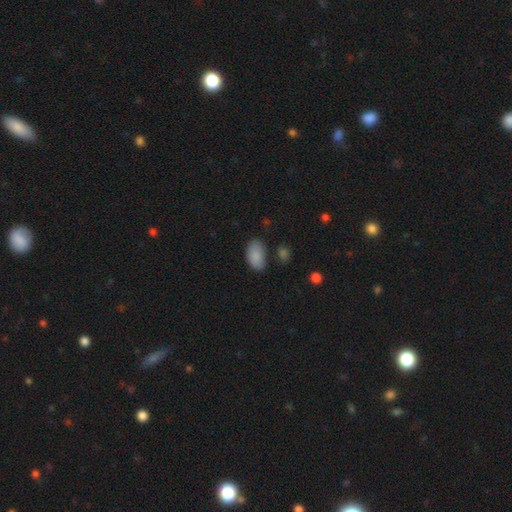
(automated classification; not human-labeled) smooth-or-featured: smooth: 87% | star or artifact: 7% | featured or disk: 5%
  how-rounded: in between: 94% | round: 5% | cigar-shaped: 2%
  merging: none: 70% | minor disturbance: 21% | major disturbance: 5% | merger: 4%